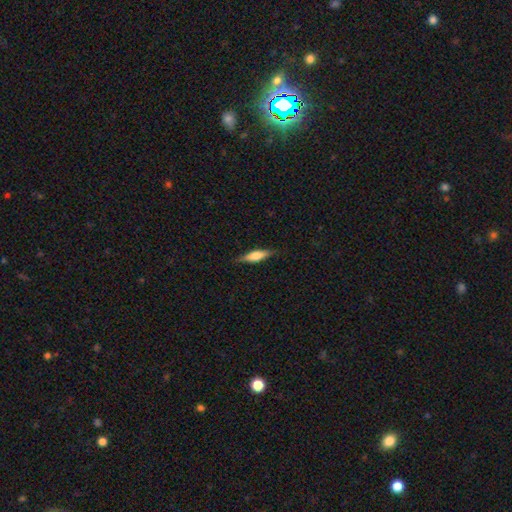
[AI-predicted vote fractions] Overall: smooth (48%; featured or disk 45%). Merging: none (86%).